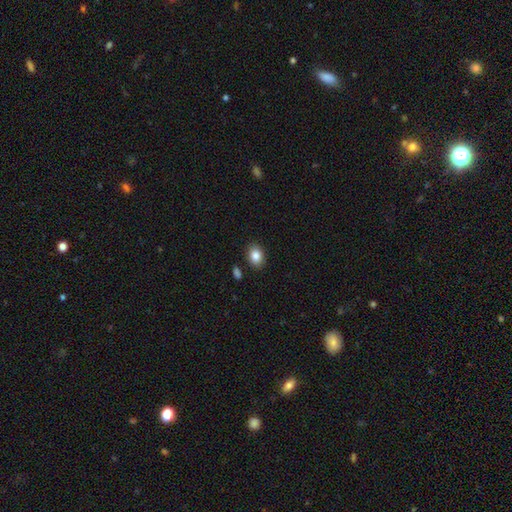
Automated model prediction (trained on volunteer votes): The model was most divided on "how rounded": in between: 71%, round: 28%, cigar-shaped: 1%. More confident: merging — none (87%); smooth or featured — smooth (85%).